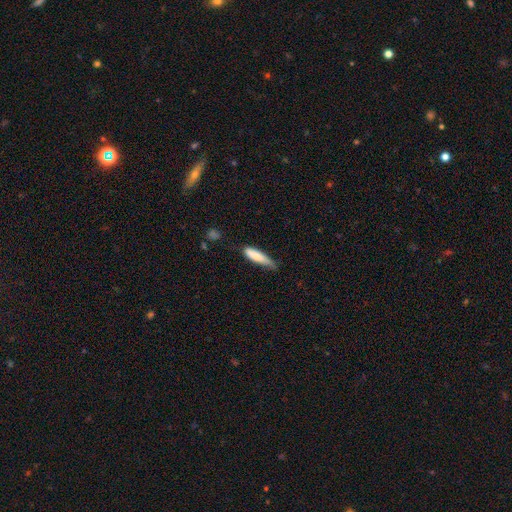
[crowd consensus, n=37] A smooth galaxy with no disk features (89%) that is cigar-shaped (73%). Merging: none (53%).